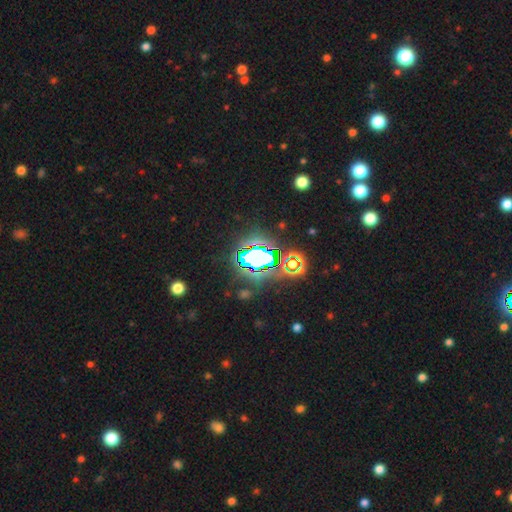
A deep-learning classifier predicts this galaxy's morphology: Smooth or featured? star or artifact (74%)